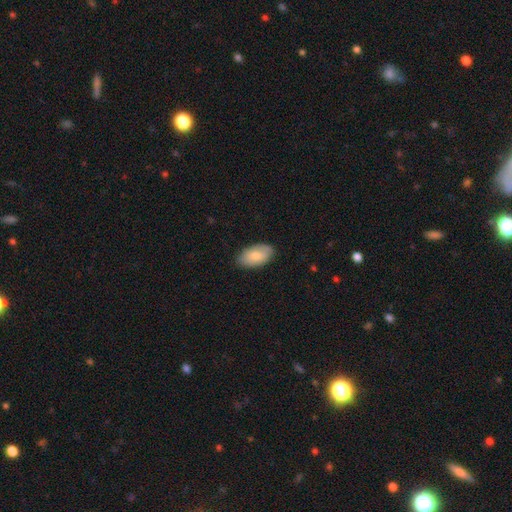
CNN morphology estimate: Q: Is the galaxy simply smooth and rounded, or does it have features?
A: smooth — 79%.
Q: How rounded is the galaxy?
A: in between — 94%.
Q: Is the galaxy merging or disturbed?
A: none — 81%.